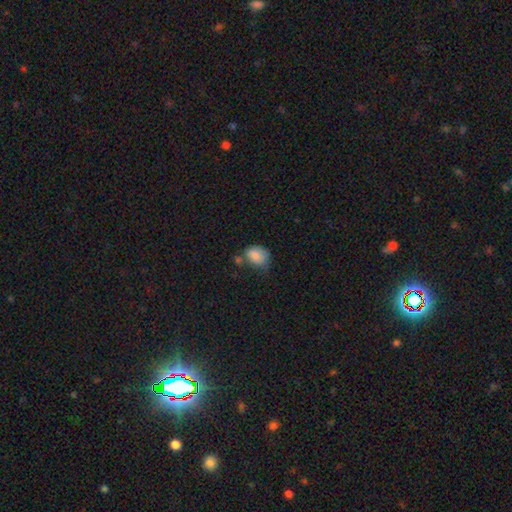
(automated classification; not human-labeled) Overall: smooth (82%). How rounded: in between (62%; round 37%). Merging: none (42%; minor disturbance 32%).